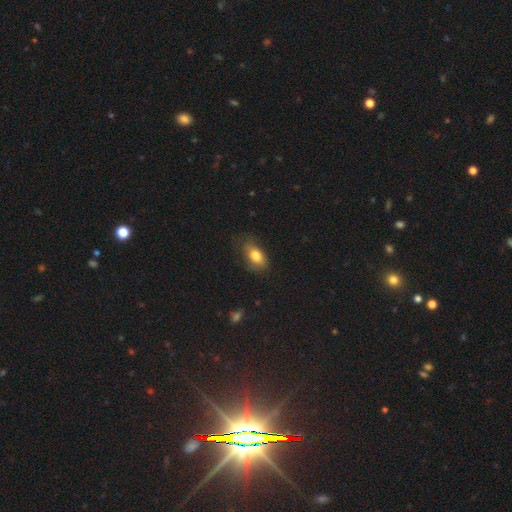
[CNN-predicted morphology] Overall: smooth (80%). How rounded: in between (86%). Merging: none (66%).